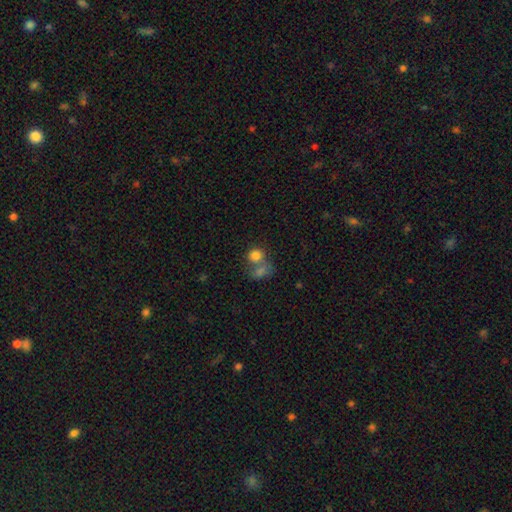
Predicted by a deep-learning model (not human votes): The model was most divided on "merging": merger: 49%, none: 36%, minor disturbance: 9%, major disturbance: 7%. More confident: smooth or featured — smooth (77%); how rounded — round (77%).